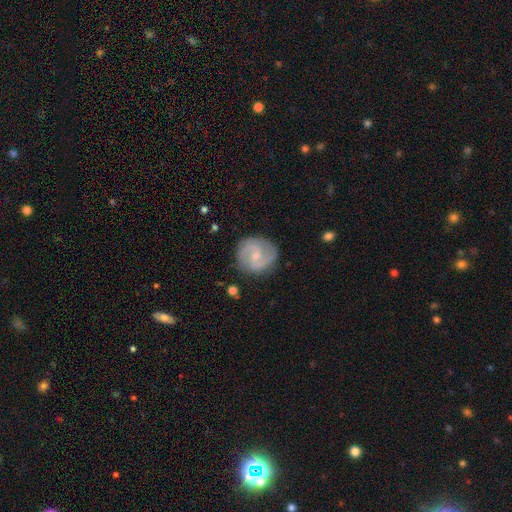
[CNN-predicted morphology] Overall: featured or disk (84%). Edge-on disk: no (98%). Bar: no (47%; weak 44%). Spiral arms: yes (96%). Spiral arm count: 2 (89%). Spiral winding: medium (53%; tight 32%). Bulge size: small (67%; moderate 28%). Merging: none (84%).